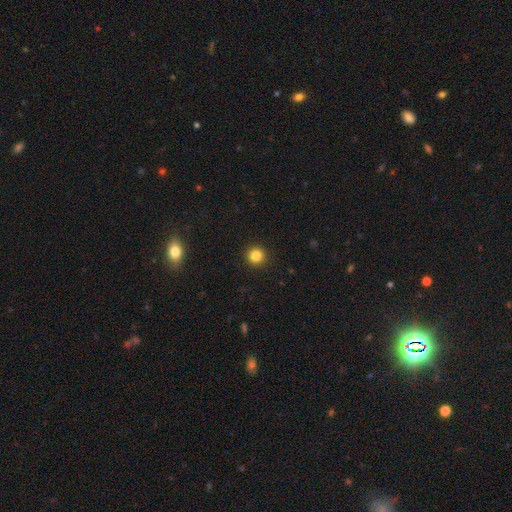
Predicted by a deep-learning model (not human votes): This is clearly a smooth galaxy (83%). How rounded: clearly round (95%). Merging: clearly none (93%).